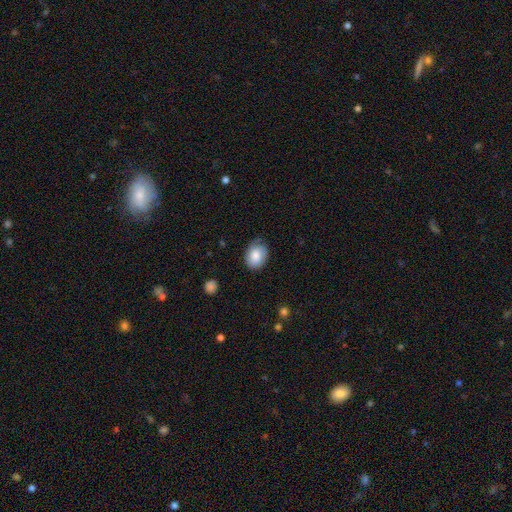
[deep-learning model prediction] Morphology: type=smooth (78%); roundness=in between (67%); merging=none (69%).